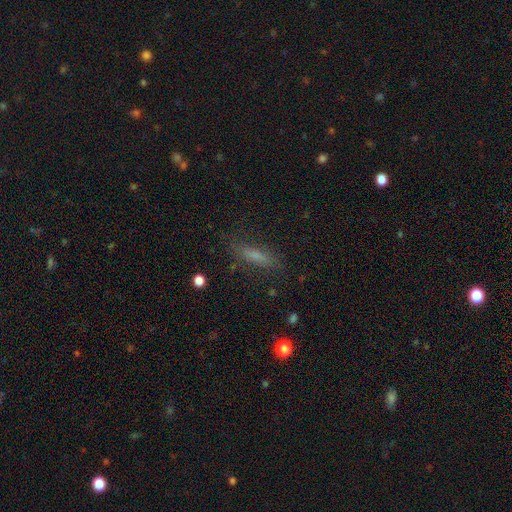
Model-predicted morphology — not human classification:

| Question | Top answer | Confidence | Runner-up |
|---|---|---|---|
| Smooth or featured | smooth | 65% | featured or disk (22%) |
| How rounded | cigar-shaped | 70% | in between (27%) |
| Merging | none | 78% | minor disturbance (15%) |